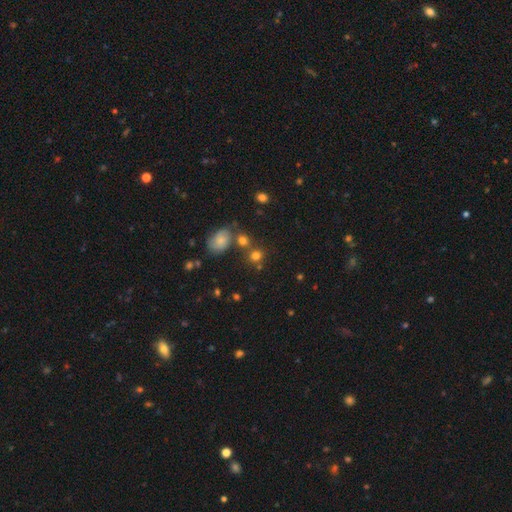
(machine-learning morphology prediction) smooth-or-featured: smooth: 75% | star or artifact: 17% | featured or disk: 8%
  how-rounded: round: 81% | in between: 18% | cigar-shaped: 1%
  merging: none: 65% | merger: 20% | minor disturbance: 10% | major disturbance: 4%